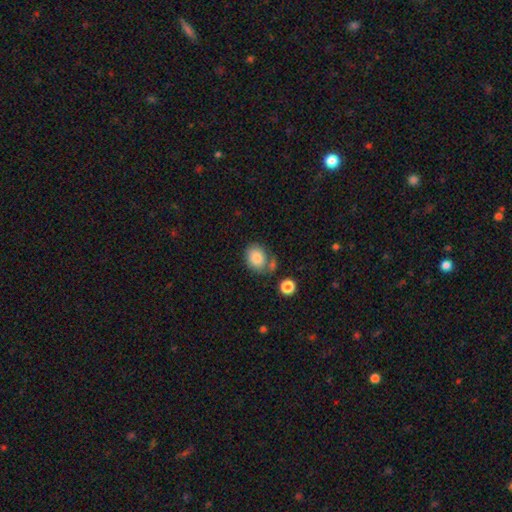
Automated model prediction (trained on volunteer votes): Smooth or featured? smooth (83%)
How rounded? in between (54%)
Merging? none (55%)